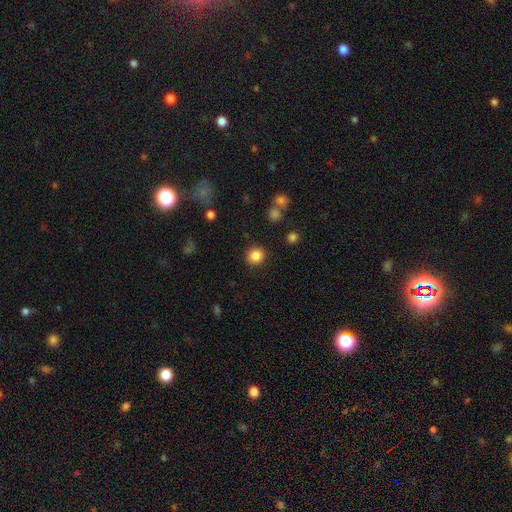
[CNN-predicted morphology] The model was most divided on "smooth or featured": smooth: 85%, star or artifact: 11%, featured or disk: 4%. More confident: how rounded — round (93%); merging — none (90%).